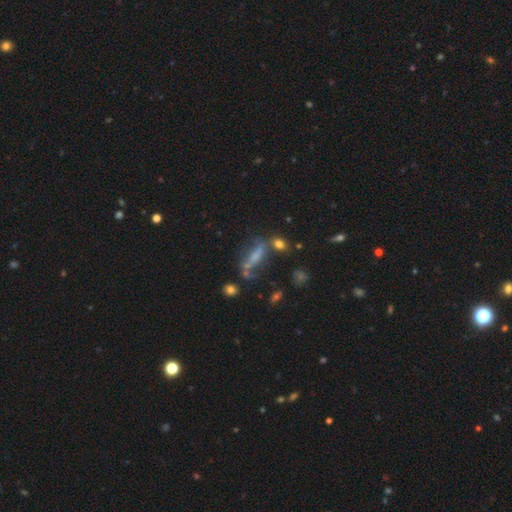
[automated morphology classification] Smooth or featured? Predicted: smooth (p=0.49). Merging? Predicted: none (p=0.44).